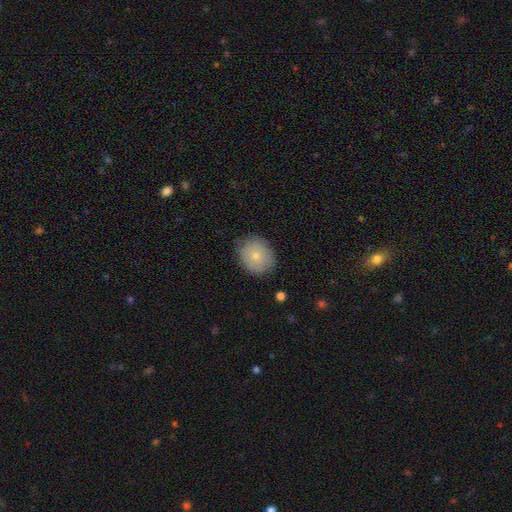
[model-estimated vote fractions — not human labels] Smooth or featured? smooth (74%)
How rounded? round (71%)
Merging? none (81%)